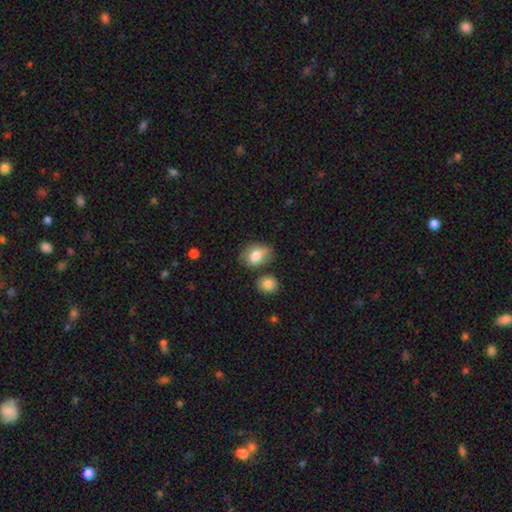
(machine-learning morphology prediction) type=smooth (78%); roundness=in between (74%); merging=none (55%).